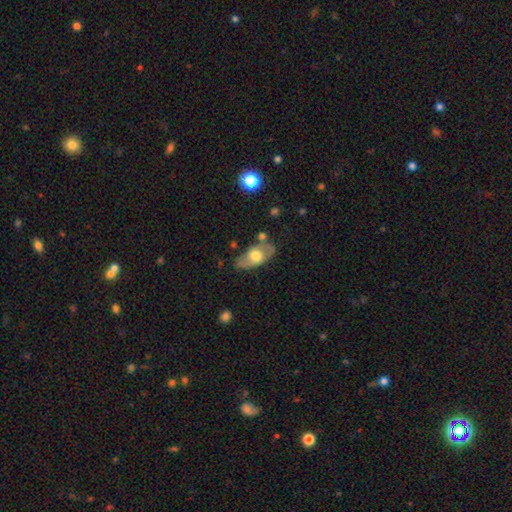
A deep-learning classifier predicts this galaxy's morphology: This appears to be a smooth galaxy with no disk features (51%) that is in between round and cigar-shaped (88%). Merging: none (61%).